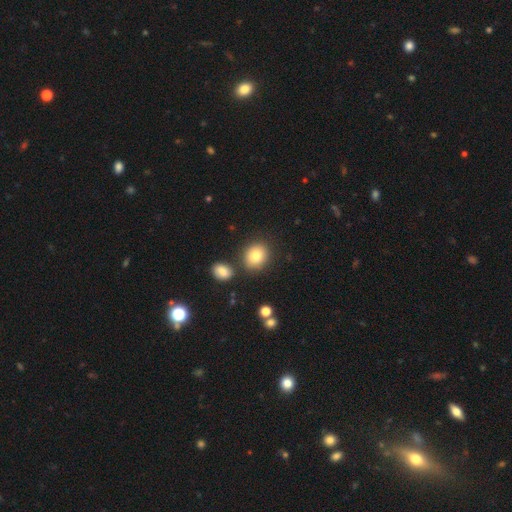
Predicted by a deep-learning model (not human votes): Overall: smooth (81%). How rounded: round (73%). Merging: none (79%).